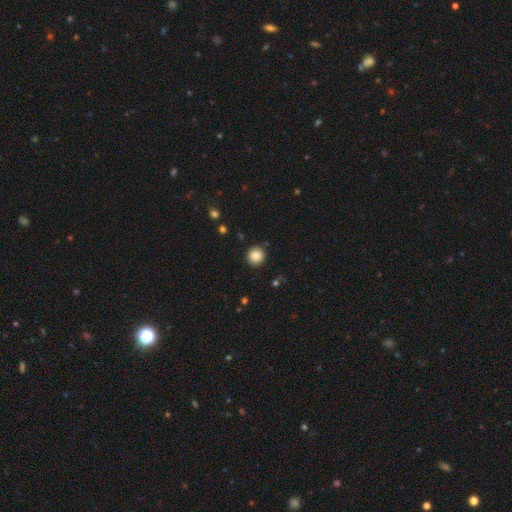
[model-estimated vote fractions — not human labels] A smooth galaxy with no disk features (87%) that is round (94%). Merging: none (91%).